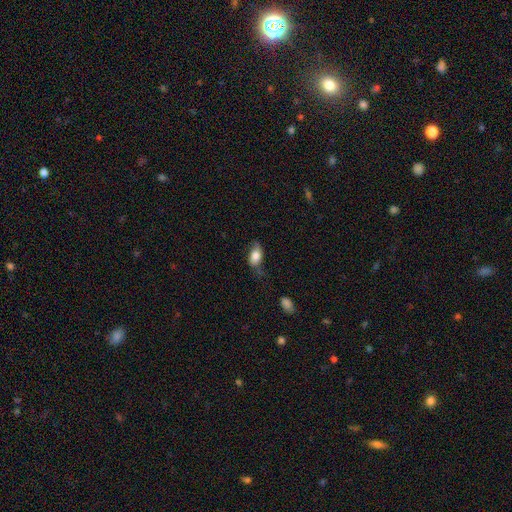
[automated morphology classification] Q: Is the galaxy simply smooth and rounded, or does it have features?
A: smooth — 69%.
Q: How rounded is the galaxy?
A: in between — 87%.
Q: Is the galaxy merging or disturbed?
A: none — 50%.